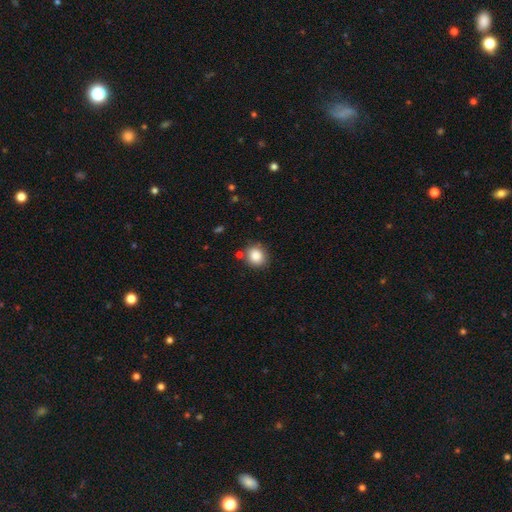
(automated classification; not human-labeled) This is clearly a smooth galaxy (86%). How rounded: likely round (75%). Merging: likely none (79%).